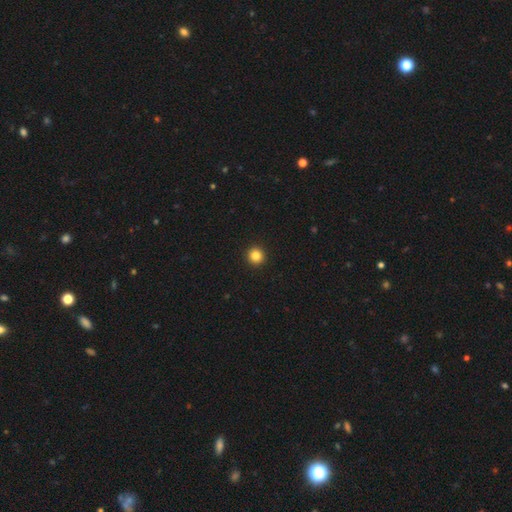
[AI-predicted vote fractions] Smooth or featured? Predicted: smooth (p=0.84). How rounded? Predicted: round (p=0.96). Merging? Predicted: none (p=0.94).